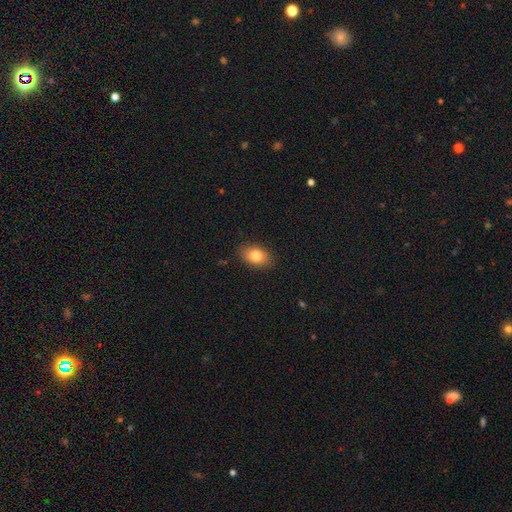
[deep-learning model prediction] A smooth galaxy with no disk features (82%) that is in between round and cigar-shaped (84%). Merging: none (87%).